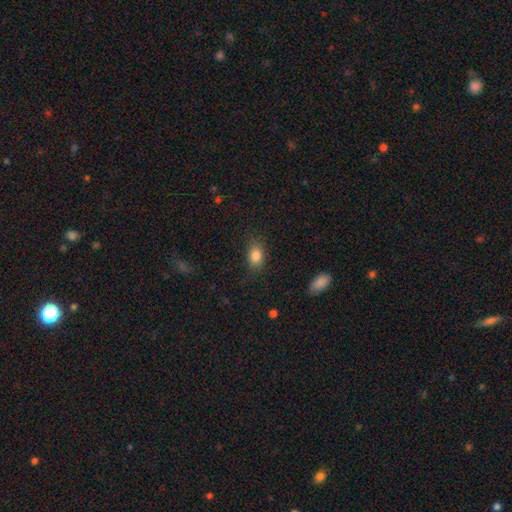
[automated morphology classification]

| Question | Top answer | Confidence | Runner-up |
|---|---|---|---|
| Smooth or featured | smooth | 84% | star or artifact (10%) |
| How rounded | in between | 71% | round (27%) |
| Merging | none | 80% | minor disturbance (14%) |